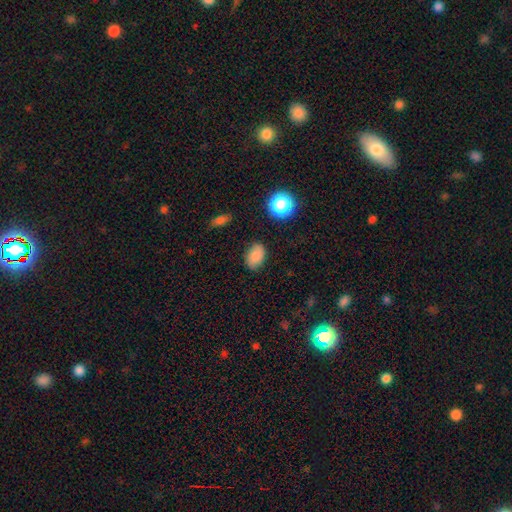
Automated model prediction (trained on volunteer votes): A smooth galaxy with no disk features (85%) that is in between round and cigar-shaped (83%). Merging: none (82%).